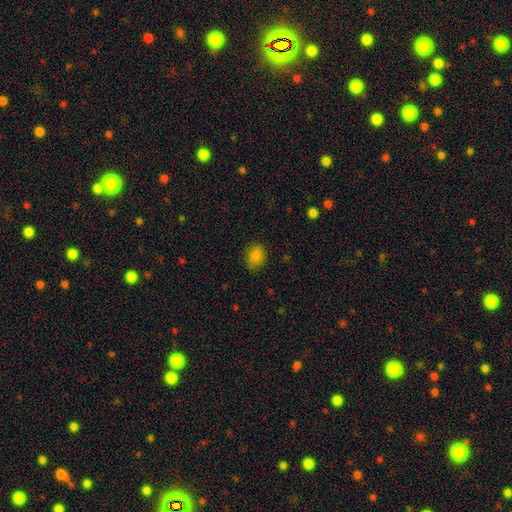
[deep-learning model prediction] Smooth or featured?
  - smooth: 85% *
  - star or artifact: 11%
  - featured or disk: 4%
How rounded?
  - in between: 53% *
  - round: 46%
  - cigar-shaped: 1%
Merging?
  - none: 80% *
  - minor disturbance: 15%
  - major disturbance: 4%
  - merger: 1%